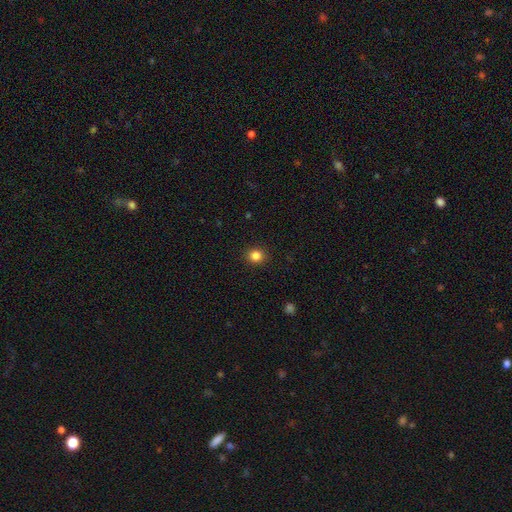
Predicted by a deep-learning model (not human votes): Smooth or featured?
  - smooth: 84% *
  - star or artifact: 12%
  - featured or disk: 4%
How rounded?
  - round: 86% *
  - in between: 13%
  - cigar-shaped: 1%
Merging?
  - none: 91% *
  - minor disturbance: 6%
  - major disturbance: 2%
  - merger: 1%